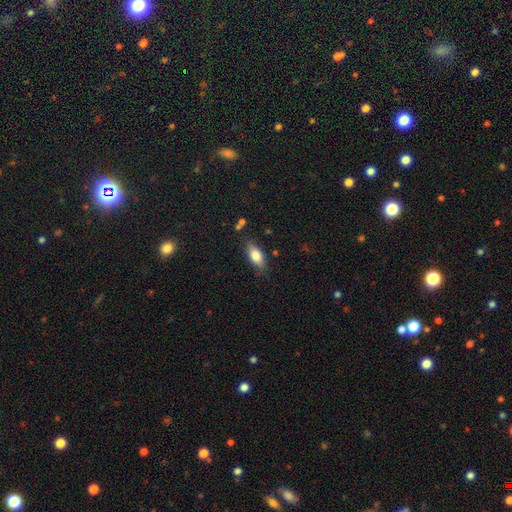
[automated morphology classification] Smooth or featured: smooth — 80% (featured or disk — 13%)
How rounded: in between — 82% (cigar-shaped — 15%)
Merging: none — 80% (minor disturbance — 15%)